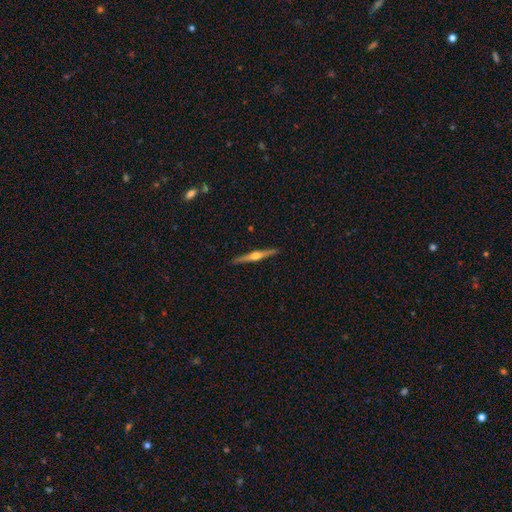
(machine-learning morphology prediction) A featured or disk galaxy (77%) viewed edge-on (98%) with a rounded central bulge (93%).

Vote fractions:
- Smooth or featured? featured or disk: 77% / smooth: 18% / star or artifact: 5%
- Edge-on disk? yes: 98% / no: 2%
- Edge-on bulge? rounded: 93% / boxy: 4% / none: 3%
- Merging? none: 91% / minor disturbance: 6% / major disturbance: 1% / merger: 1%